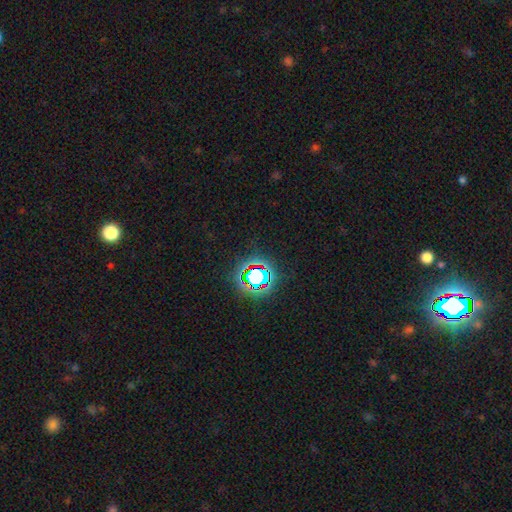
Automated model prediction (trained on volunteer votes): smooth_or_featured: star or artifact (p=0.81) [alt: smooth p=0.12]